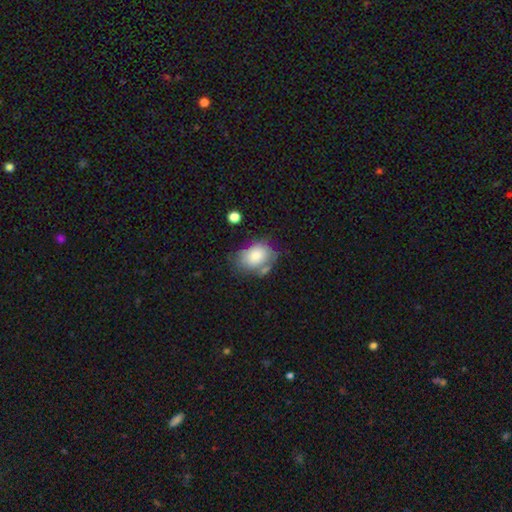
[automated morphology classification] Smooth or featured?
  - smooth: 78% *
  - featured or disk: 14%
  - star or artifact: 8%
How rounded?
  - in between: 76% *
  - round: 23%
  - cigar-shaped: 1%
Merging?
  - none: 48% *
  - minor disturbance: 26%
  - merger: 15%
  - major disturbance: 12%